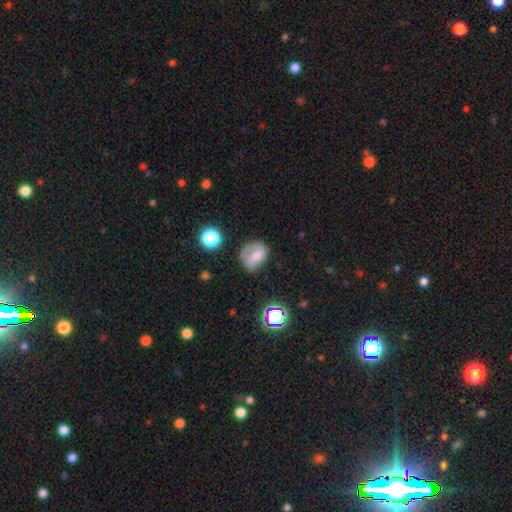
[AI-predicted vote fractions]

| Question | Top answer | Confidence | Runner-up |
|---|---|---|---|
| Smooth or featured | smooth | 64% | featured or disk (23%) |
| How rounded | round | 54% | in between (45%) |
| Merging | none | 46% | minor disturbance (28%) |